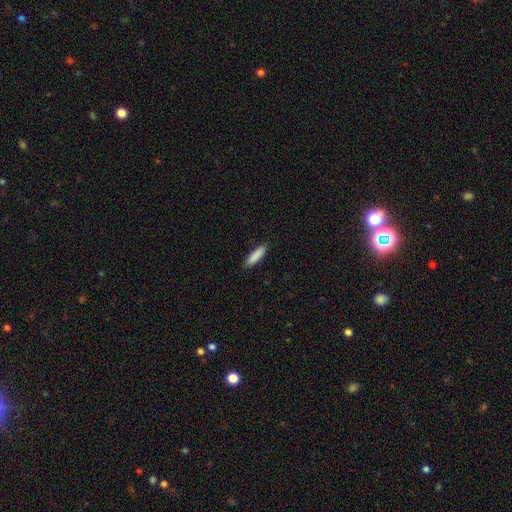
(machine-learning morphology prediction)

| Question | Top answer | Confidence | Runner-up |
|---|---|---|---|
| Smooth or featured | smooth | 88% | featured or disk (6%) |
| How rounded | cigar-shaped | 71% | in between (27%) |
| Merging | none | 89% | minor disturbance (9%) |